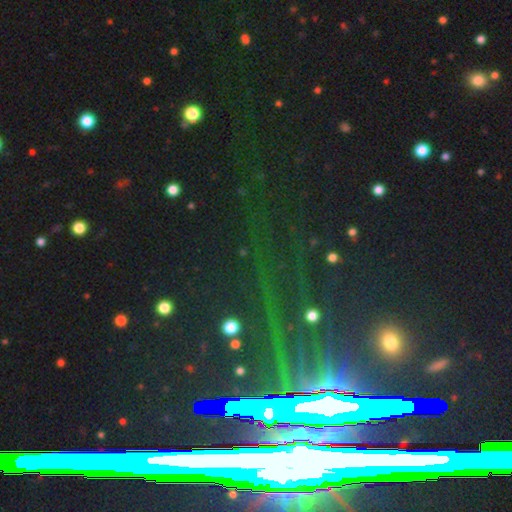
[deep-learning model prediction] Morphology: type=star or artifact (77%).